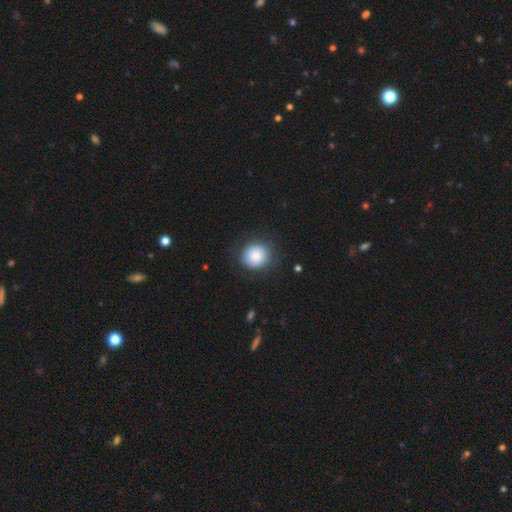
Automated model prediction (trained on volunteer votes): Smooth or featured?
  - smooth: 86% *
  - star or artifact: 8%
  - featured or disk: 6%
How rounded?
  - round: 86% *
  - in between: 14%
  - cigar-shaped: 1%
Merging?
  - none: 84% *
  - minor disturbance: 11%
  - major disturbance: 4%
  - merger: 1%